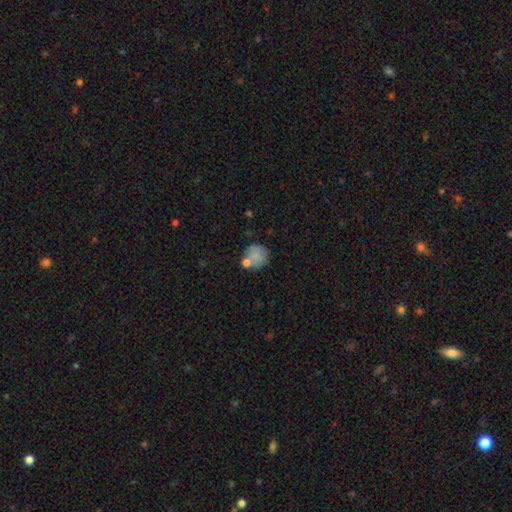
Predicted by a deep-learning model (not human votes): smooth-or-featured: smooth: 76% | featured or disk: 14% | star or artifact: 10%
  how-rounded: round: 85% | in between: 14% | cigar-shaped: 1%
  merging: none: 58% | minor disturbance: 18% | merger: 16% | major disturbance: 8%